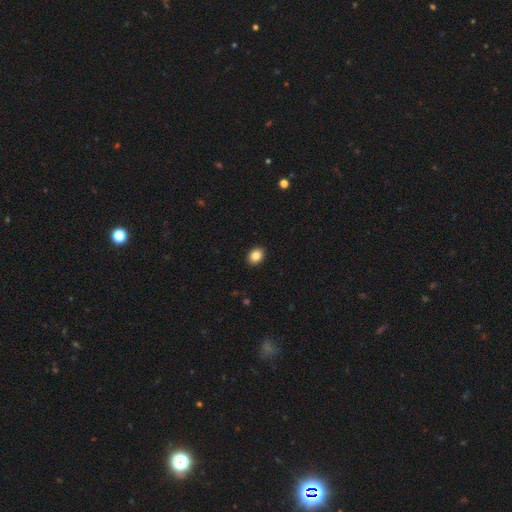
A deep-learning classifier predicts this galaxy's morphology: smooth_or_featured: smooth (p=0.85) [alt: star or artifact p=0.09]
how_rounded: in between (p=0.65) [alt: round p=0.34]
merging: none (p=0.91) [alt: minor disturbance p=0.06]